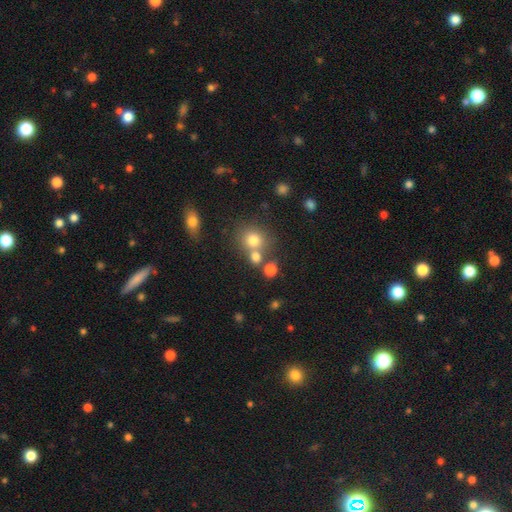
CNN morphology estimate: Smooth or featured? smooth (71%)
How rounded? round (81%)
Merging? none (55%)